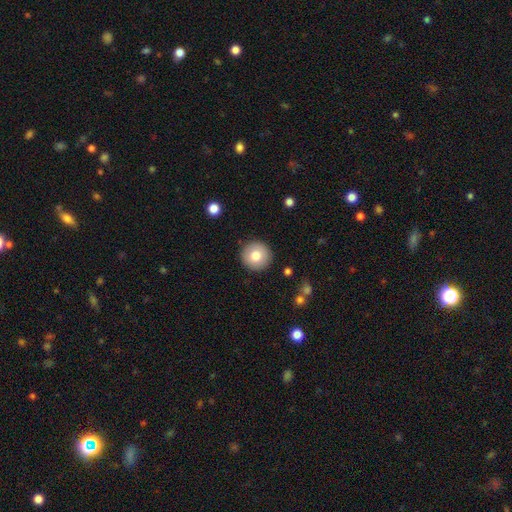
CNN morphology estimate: smooth 78%, featured or disk 14%, star or artifact 8%. Down the decision tree: how rounded — round (96%); merging — none (91%).